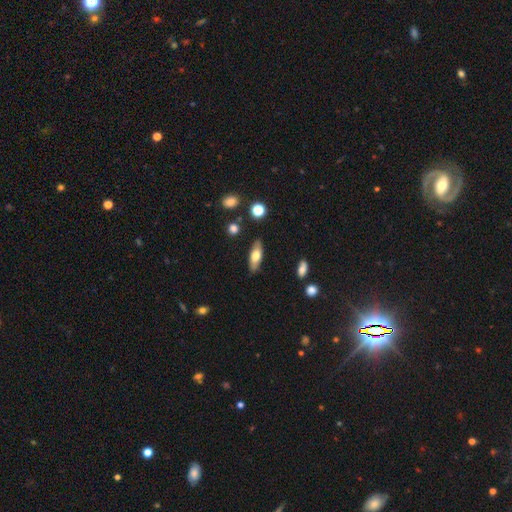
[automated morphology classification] A smooth galaxy with no disk features (63%) that is in between round and cigar-shaped (60%).

Vote fractions:
- Smooth or featured? smooth: 63% / featured or disk: 31% / star or artifact: 7%
- How rounded? in between: 60% / cigar-shaped: 37% / round: 3%
- Merging? none: 85% / minor disturbance: 11% / major disturbance: 2% / merger: 2%